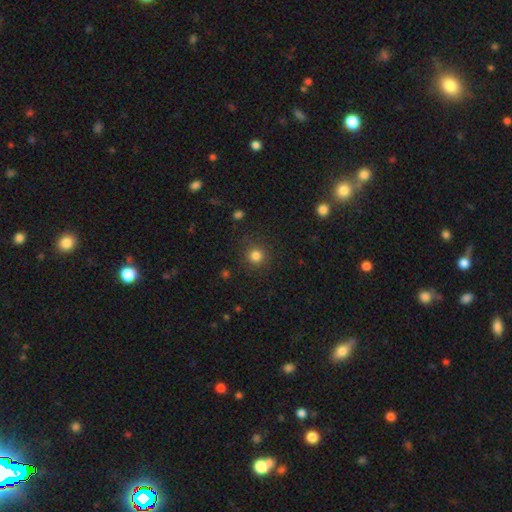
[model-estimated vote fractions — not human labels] Smooth or featured? smooth (82%)
How rounded? round (94%)
Merging? none (88%)